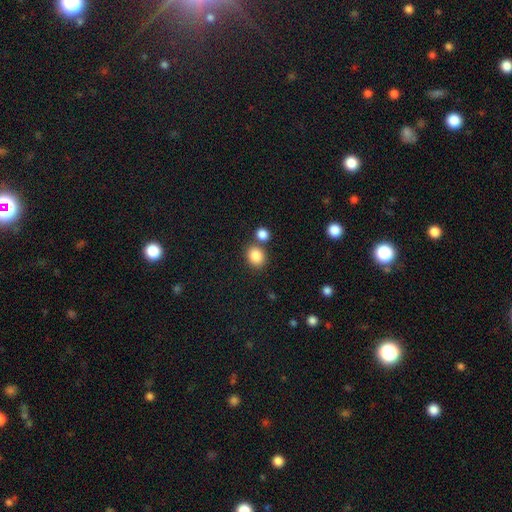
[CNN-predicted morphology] smooth_or_featured: smooth (p=0.86) [alt: star or artifact p=0.10]
how_rounded: round (p=0.64) [alt: in between p=0.35]
merging: none (p=0.69) [alt: merger p=0.19]